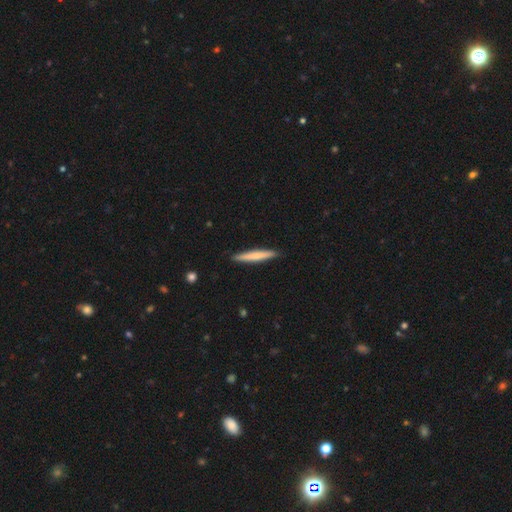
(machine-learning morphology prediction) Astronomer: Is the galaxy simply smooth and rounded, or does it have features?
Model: smooth — 69%.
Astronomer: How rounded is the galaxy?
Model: cigar-shaped — 95%.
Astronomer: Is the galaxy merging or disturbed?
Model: none — 91%.